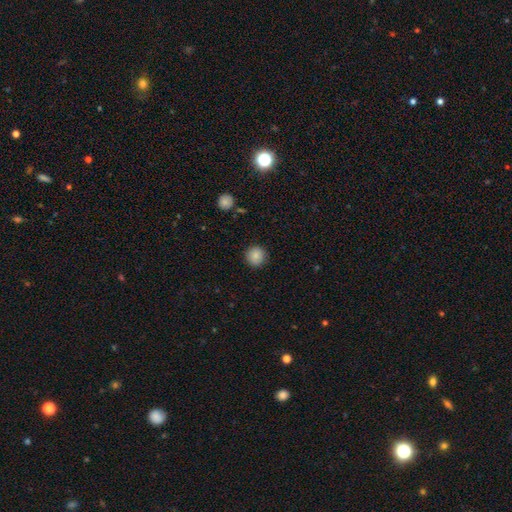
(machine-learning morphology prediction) This is clearly a smooth galaxy (86%). How rounded: clearly round (94%). Merging: clearly none (90%).